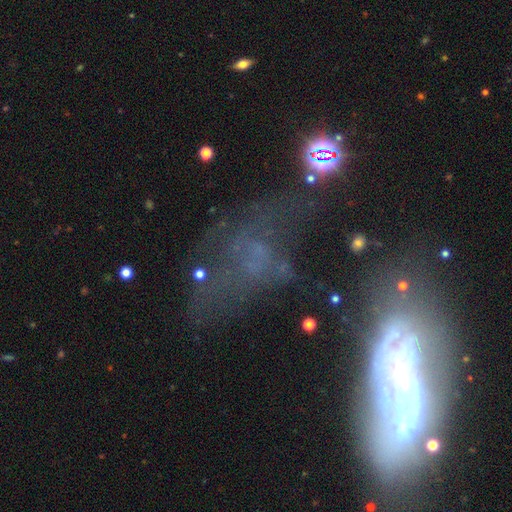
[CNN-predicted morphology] A featured or disk galaxy (47%). Merging: major disturbance (35%).